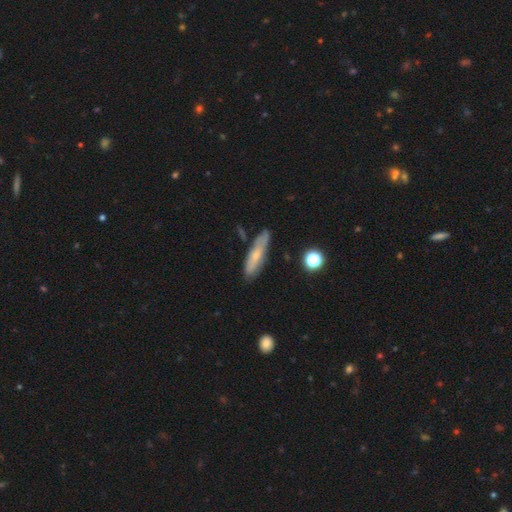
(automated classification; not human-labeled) Smooth or featured: smooth — 57% (featured or disk — 35%)
How rounded: cigar-shaped — 69% (in between — 28%)
Merging: none — 76% (minor disturbance — 17%)